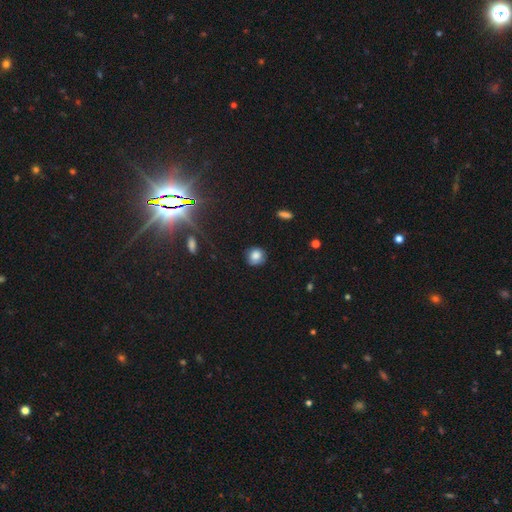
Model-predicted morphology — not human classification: smooth-or-featured: smooth: 79% | star or artifact: 11% | featured or disk: 9%
  how-rounded: round: 87% | in between: 12% | cigar-shaped: 1%
  merging: none: 79% | minor disturbance: 15% | major disturbance: 4% | merger: 2%